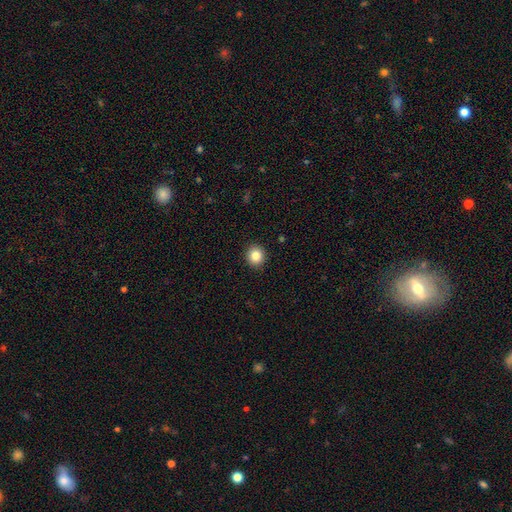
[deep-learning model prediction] Smooth or featured?
  - smooth: 84% *
  - star or artifact: 10%
  - featured or disk: 5%
How rounded?
  - round: 89% *
  - in between: 10%
  - cigar-shaped: 1%
Merging?
  - none: 92% *
  - minor disturbance: 5%
  - major disturbance: 2%
  - merger: 1%